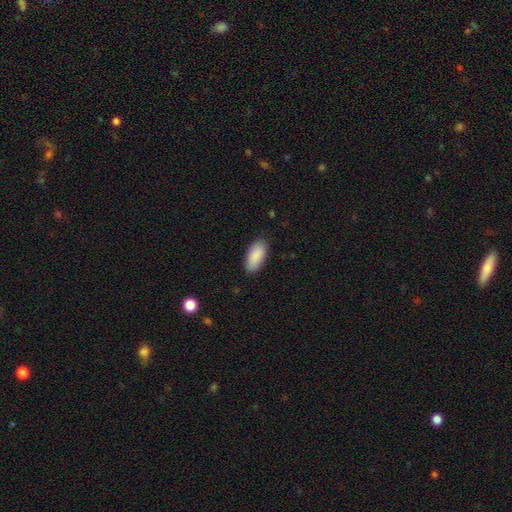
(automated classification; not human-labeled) Smooth or featured? smooth (90%)
How rounded? in between (91%)
Merging? none (86%)